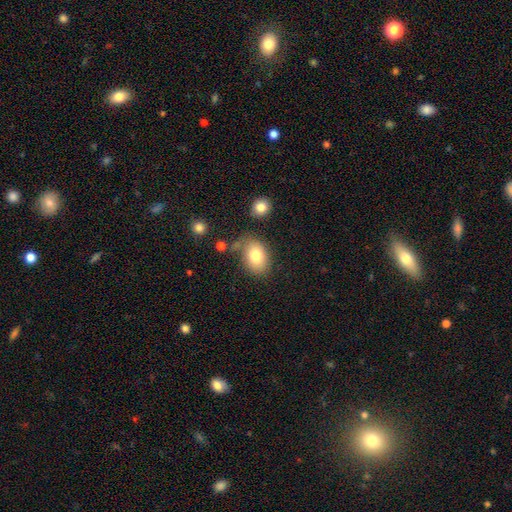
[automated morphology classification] This is likely a smooth galaxy (80%). How rounded: likely in between (79%). Merging: likely none (66%).